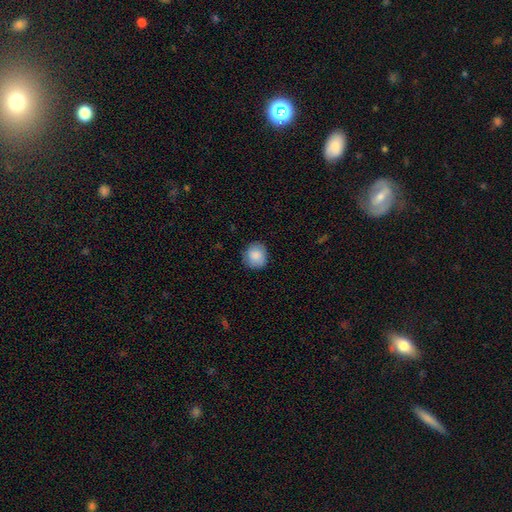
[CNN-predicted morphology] Overall: smooth (87%). How rounded: round (87%). Merging: none (84%).